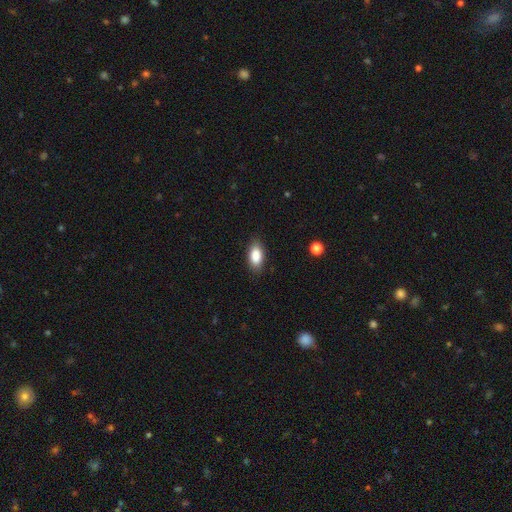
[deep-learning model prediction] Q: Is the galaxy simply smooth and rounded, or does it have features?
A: smooth — 87%.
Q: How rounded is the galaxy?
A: in between — 91%.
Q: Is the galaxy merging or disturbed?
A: none — 85%.